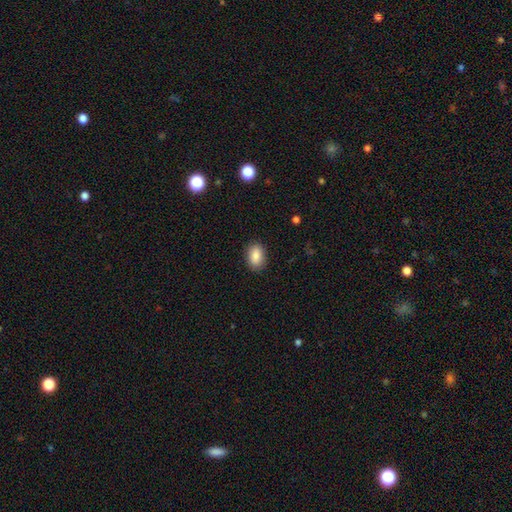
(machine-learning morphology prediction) A smooth galaxy with no disk features (87%) that is in between round and cigar-shaped (87%).

Vote fractions:
- Smooth or featured? smooth: 87% / star or artifact: 7% / featured or disk: 6%
- How rounded? in between: 87% / round: 11% / cigar-shaped: 2%
- Merging? none: 89% / minor disturbance: 8% / major disturbance: 2% / merger: 1%